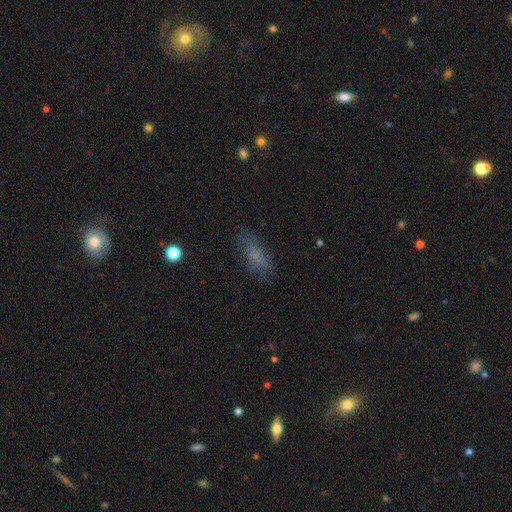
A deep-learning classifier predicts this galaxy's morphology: smooth-or-featured: smooth: 63% | featured or disk: 24% | star or artifact: 12%
  how-rounded: in between: 68% | cigar-shaped: 28% | round: 3%
  merging: none: 71% | minor disturbance: 19% | major disturbance: 8% | merger: 2%